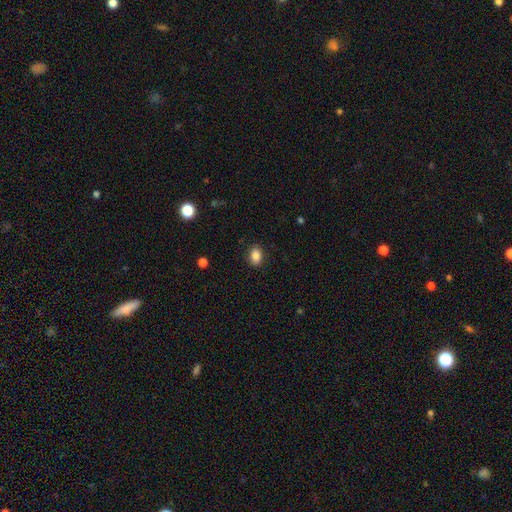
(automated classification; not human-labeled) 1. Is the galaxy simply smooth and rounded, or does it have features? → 86% smooth, 9% star or artifact, 5% featured or disk.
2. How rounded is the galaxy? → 76% in between, 22% round, 1% cigar-shaped.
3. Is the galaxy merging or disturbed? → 87% none, 9% minor disturbance, 2% major disturbance, 1% merger.